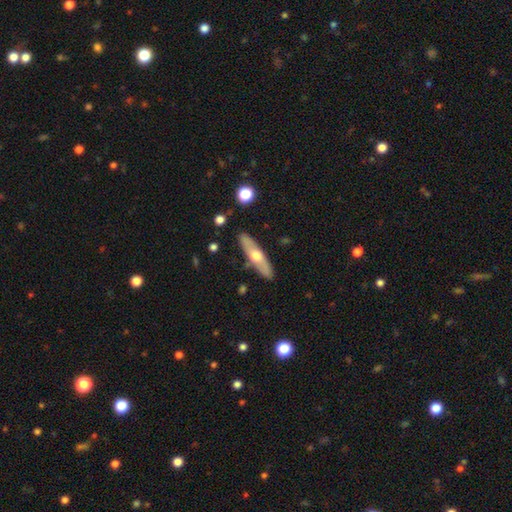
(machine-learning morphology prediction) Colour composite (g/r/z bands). It shows a featured or disk galaxy (51%) viewed edge-on (69%). Merging: none (87%).